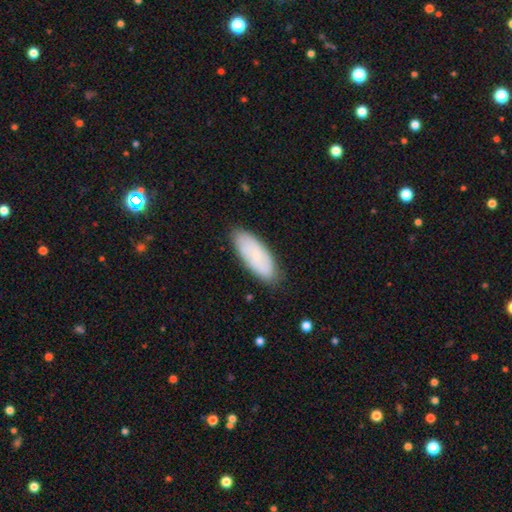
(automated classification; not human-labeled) This appears to be a smooth galaxy with no disk features (64%) that is in between round and cigar-shaped (78%). Merging: none (83%).